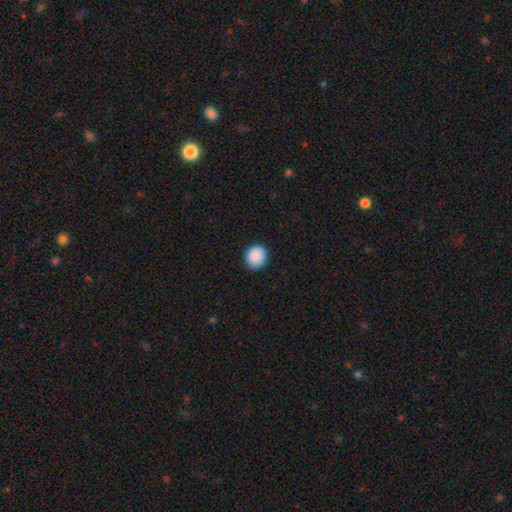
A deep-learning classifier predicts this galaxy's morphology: type=smooth (89%); roundness=round (82%); merging=none (90%).